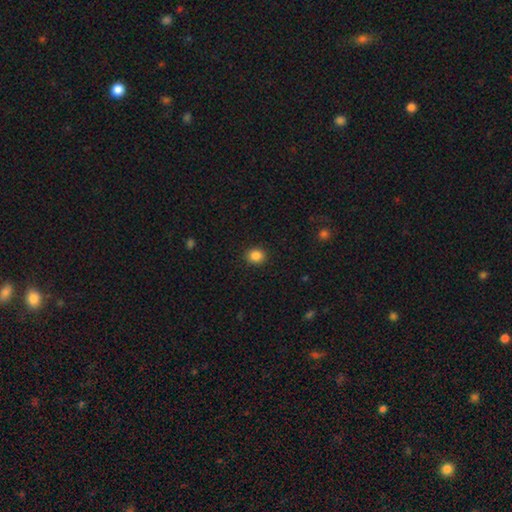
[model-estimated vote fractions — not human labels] Smooth or featured? smooth (86%)
How rounded? round (76%)
Merging? none (91%)